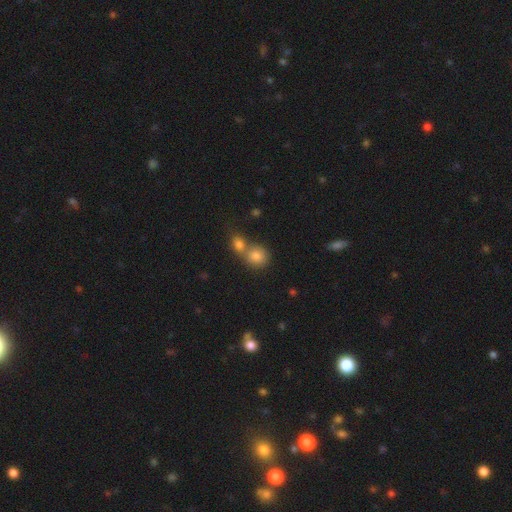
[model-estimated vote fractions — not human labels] The model was most divided on "merging": merger: 51%, none: 39%, minor disturbance: 7%, major disturbance: 3%. More confident: smooth or featured — smooth (81%); how rounded — round (77%).